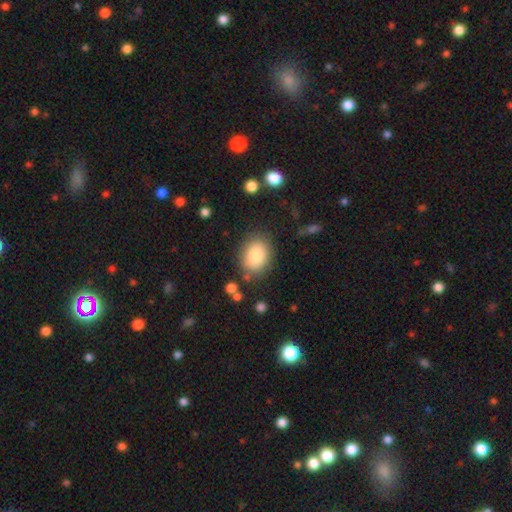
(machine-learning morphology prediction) smooth-or-featured: smooth: 84% | featured or disk: 8% | star or artifact: 8%
  how-rounded: in between: 60% | round: 39% | cigar-shaped: 1%
  merging: none: 80% | minor disturbance: 13% | major disturbance: 5% | merger: 3%